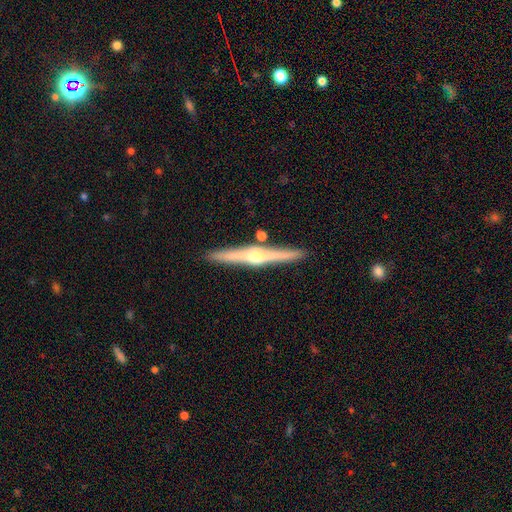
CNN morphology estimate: Smooth or featured? Predicted: featured or disk (p=0.75). Edge-on disk? Predicted: yes (p=0.98). Edge-on bulge? Predicted: rounded (p=0.93). Merging? Predicted: none (p=0.87).